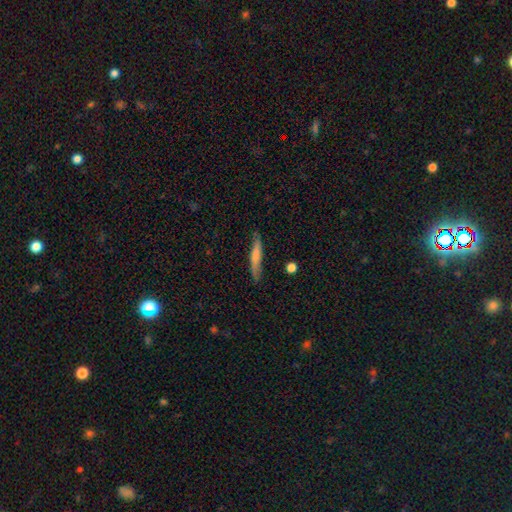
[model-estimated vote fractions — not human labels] smooth-or-featured: smooth: 68% | featured or disk: 26% | star or artifact: 6%
  how-rounded: cigar-shaped: 92% | in between: 7% | round: 1%
  merging: none: 80% | minor disturbance: 15% | major disturbance: 3% | merger: 2%